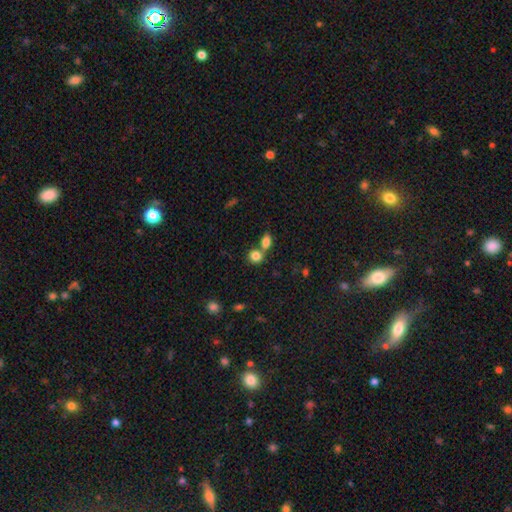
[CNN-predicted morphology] A smooth galaxy with no disk features (82%) that is round (71%).

Vote fractions:
- Smooth or featured? smooth: 82% / star or artifact: 10% / featured or disk: 7%
- How rounded? round: 71% / in between: 28% / cigar-shaped: 2%
- Merging? none: 45% / merger: 44% / minor disturbance: 8% / major disturbance: 3%